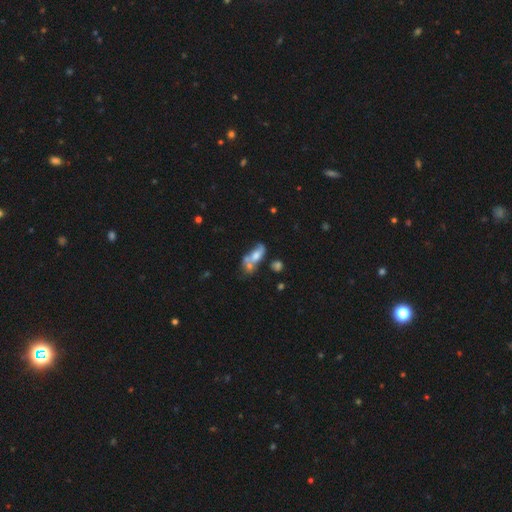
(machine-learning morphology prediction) smooth_or_featured: smooth (p=0.48) [alt: featured or disk p=0.41]
merging: merger (p=0.47) [alt: none p=0.24]